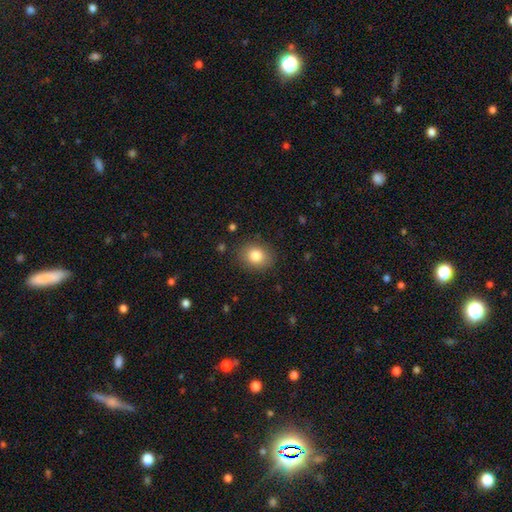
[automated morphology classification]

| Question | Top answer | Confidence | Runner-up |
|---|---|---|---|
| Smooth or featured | smooth | 82% | star or artifact (10%) |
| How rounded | round | 57% | in between (43%) |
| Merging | none | 86% | minor disturbance (9%) |